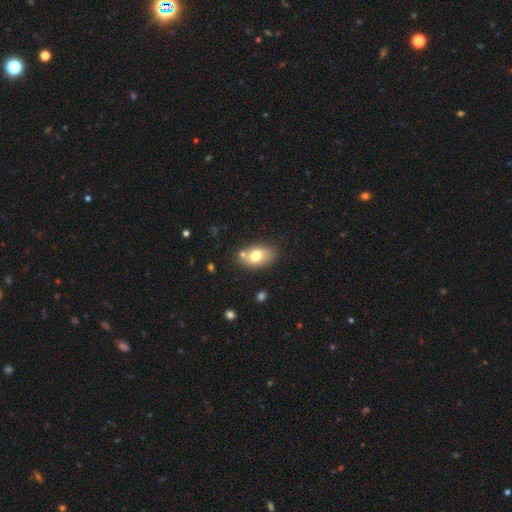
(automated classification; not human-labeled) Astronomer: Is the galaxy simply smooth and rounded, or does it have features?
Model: smooth — 72%.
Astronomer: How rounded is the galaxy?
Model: in between — 83%.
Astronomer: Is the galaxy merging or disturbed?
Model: none — 68%.